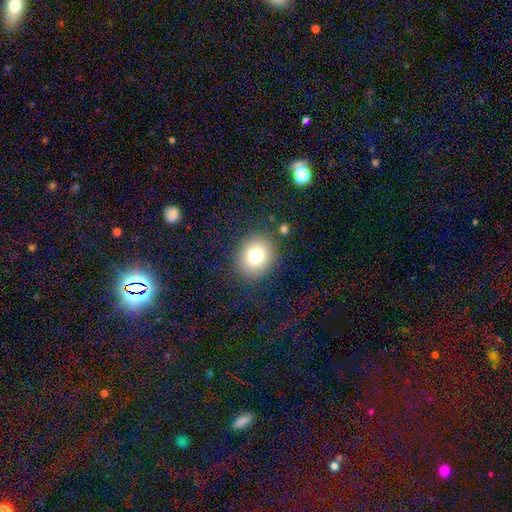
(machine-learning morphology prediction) Smooth or featured? Predicted: smooth (p=0.78). How rounded? Predicted: round (p=0.74). Merging? Predicted: none (p=0.86).